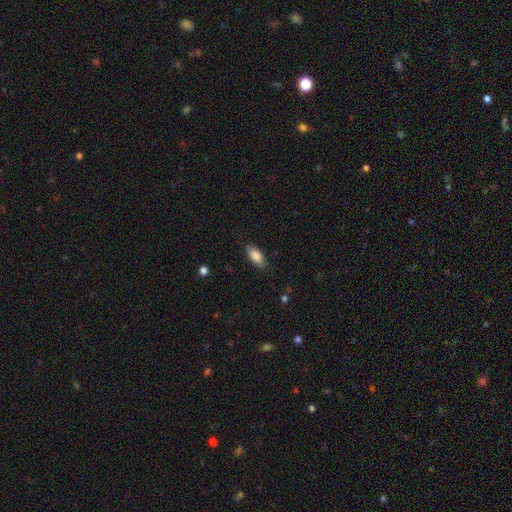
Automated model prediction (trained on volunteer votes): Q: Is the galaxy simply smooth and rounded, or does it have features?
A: smooth — 86%.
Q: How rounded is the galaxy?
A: in between — 88%.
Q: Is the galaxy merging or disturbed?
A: none — 85%.